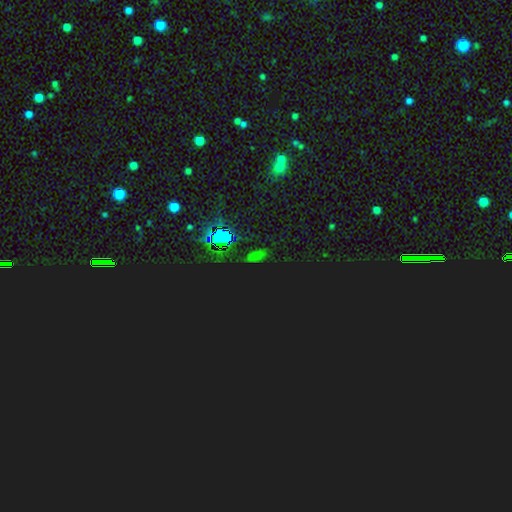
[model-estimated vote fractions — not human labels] Smooth or featured?
  - star or artifact: 68% *
  - smooth: 24%
  - featured or disk: 8%